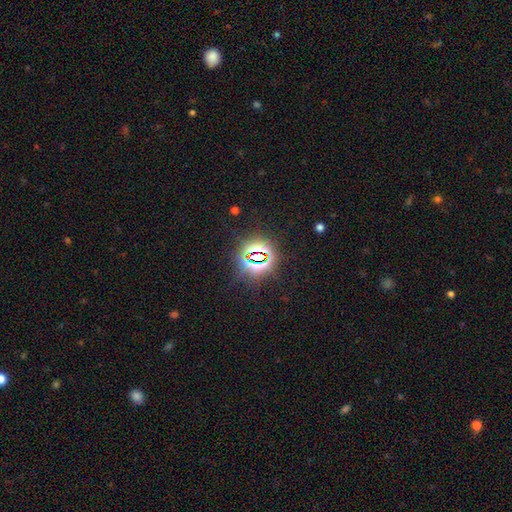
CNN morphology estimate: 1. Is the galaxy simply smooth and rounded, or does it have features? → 82% star or artifact, 11% smooth, 8% featured or disk.